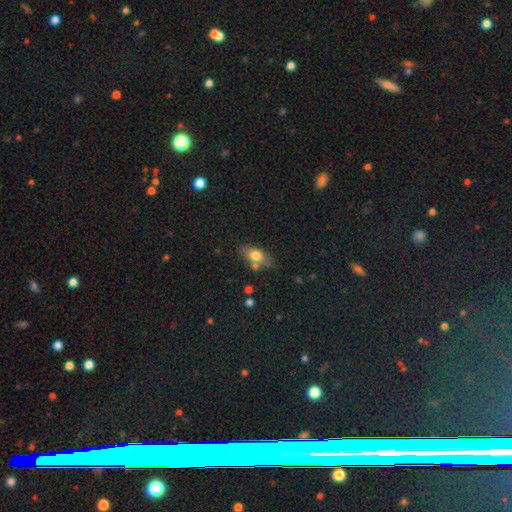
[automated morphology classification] Smooth or featured: smooth — 70% (featured or disk — 21%)
How rounded: in between — 82% (round — 9%)
Merging: none — 68% (minor disturbance — 17%)